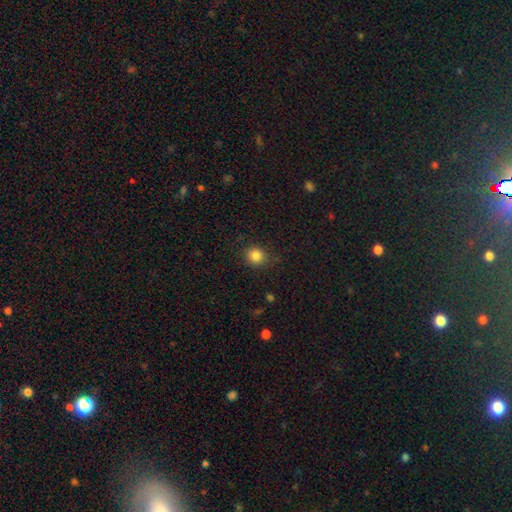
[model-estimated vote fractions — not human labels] Smooth or featured? Predicted: smooth (p=0.85). How rounded? Predicted: round (p=0.89). Merging? Predicted: none (p=0.85).